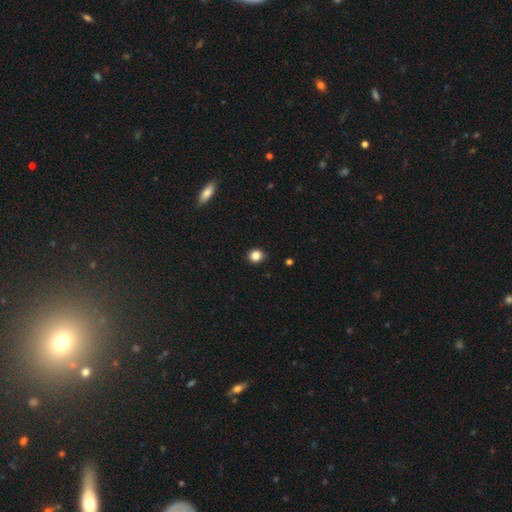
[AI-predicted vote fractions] smooth_or_featured: smooth (p=0.85) [alt: star or artifact p=0.11]
how_rounded: round (p=0.85) [alt: in between p=0.14]
merging: none (p=0.90) [alt: minor disturbance p=0.07]